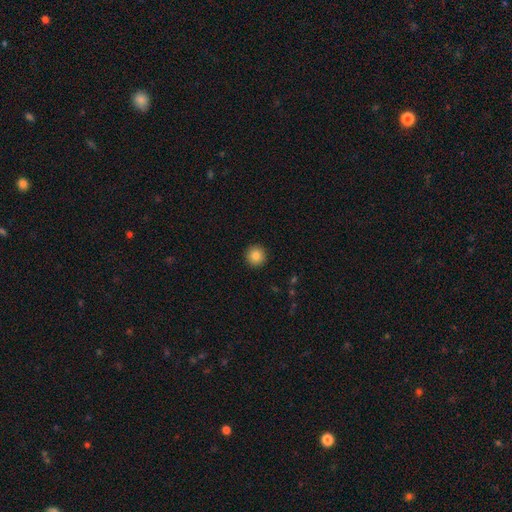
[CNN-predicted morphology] type=smooth (85%); roundness=round (96%); merging=none (93%).